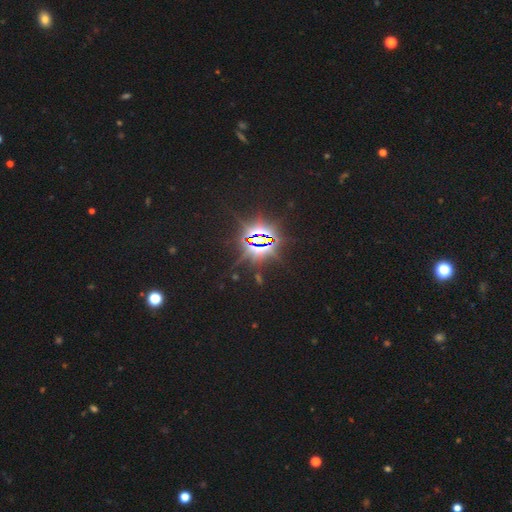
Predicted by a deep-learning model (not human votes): Smooth or featured? Predicted: star or artifact (p=0.85).